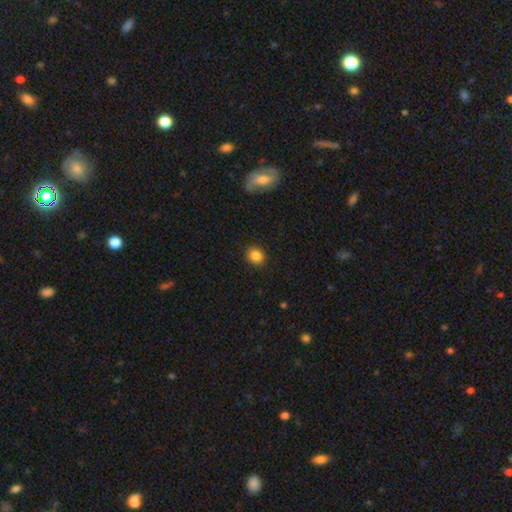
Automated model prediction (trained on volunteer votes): Smooth or featured?
  - smooth: 85% *
  - star or artifact: 10%
  - featured or disk: 5%
How rounded?
  - round: 72% *
  - in between: 27%
  - cigar-shaped: 1%
Merging?
  - none: 90% *
  - minor disturbance: 7%
  - major disturbance: 2%
  - merger: 1%